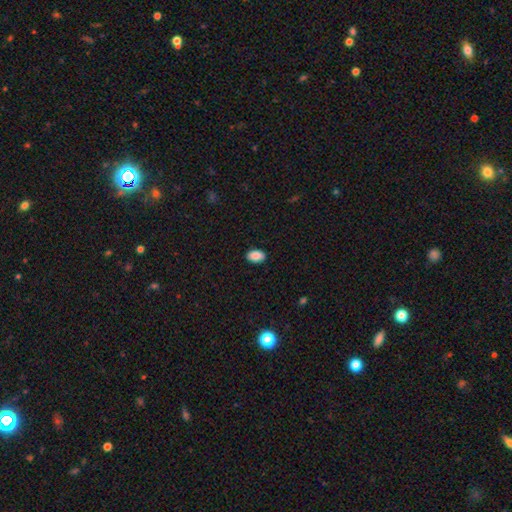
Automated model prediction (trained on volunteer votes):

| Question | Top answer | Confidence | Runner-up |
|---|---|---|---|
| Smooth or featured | smooth | 88% | star or artifact (8%) |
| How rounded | in between | 89% | round (9%) |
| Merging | none | 89% | minor disturbance (9%) |